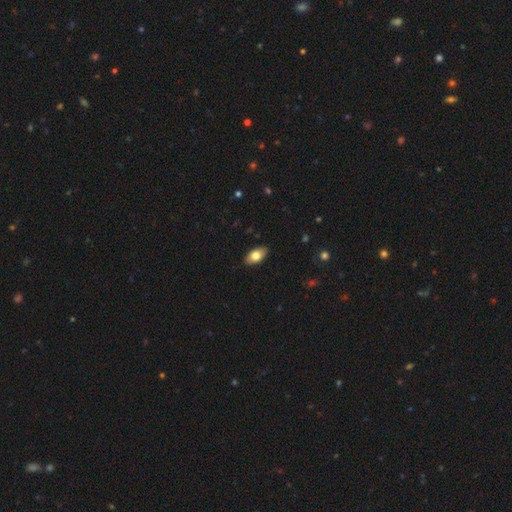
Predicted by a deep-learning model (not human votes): smooth_or_featured: smooth (p=0.79) [alt: featured or disk p=0.15]
how_rounded: in between (p=0.93) [alt: round p=0.04]
merging: none (p=0.88) [alt: minor disturbance p=0.09]